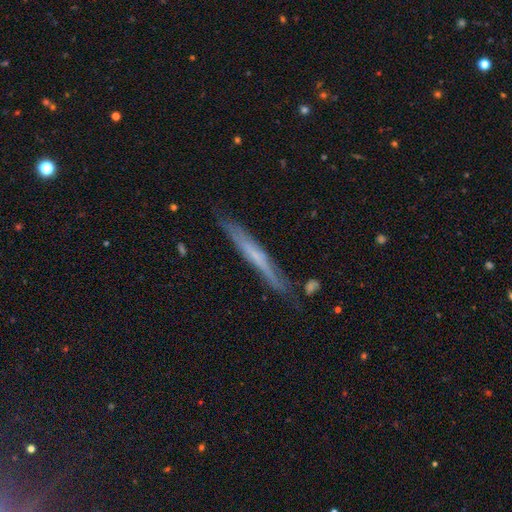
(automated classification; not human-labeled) Smooth or featured? Predicted: featured or disk (p=0.53). Edge-on disk? Predicted: yes (p=0.94). Merging? Predicted: none (p=0.80).